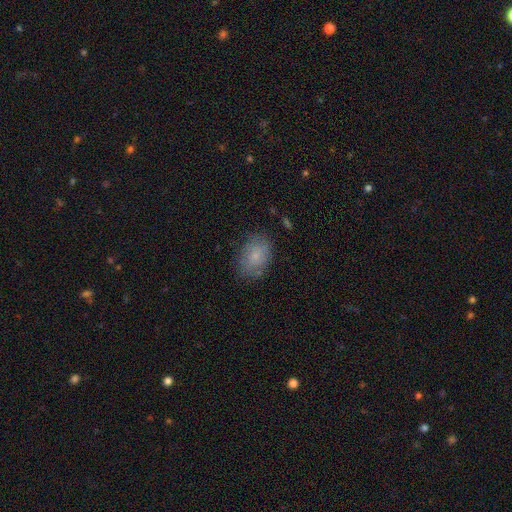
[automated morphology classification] Smooth or featured: smooth — 74% (featured or disk — 17%)
How rounded: in between — 77% (round — 22%)
Merging: none — 74% (minor disturbance — 19%)